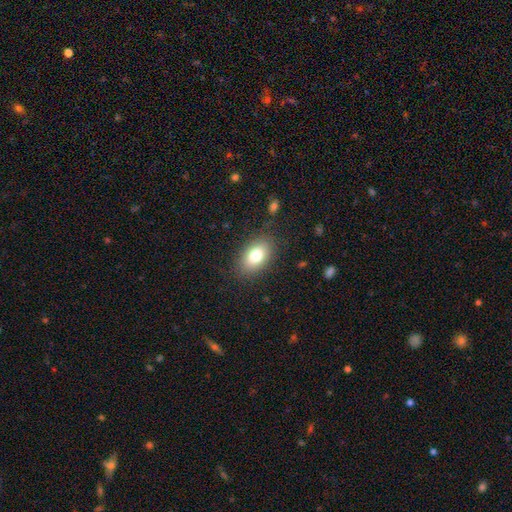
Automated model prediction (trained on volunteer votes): A smooth galaxy with no disk features (79%) that is in between round and cigar-shaped (89%).

Vote fractions:
- Smooth or featured? smooth: 79% / featured or disk: 12% / star or artifact: 8%
- How rounded? in between: 89% / round: 9% / cigar-shaped: 2%
- Merging? none: 84% / minor disturbance: 11% / major disturbance: 4% / merger: 1%